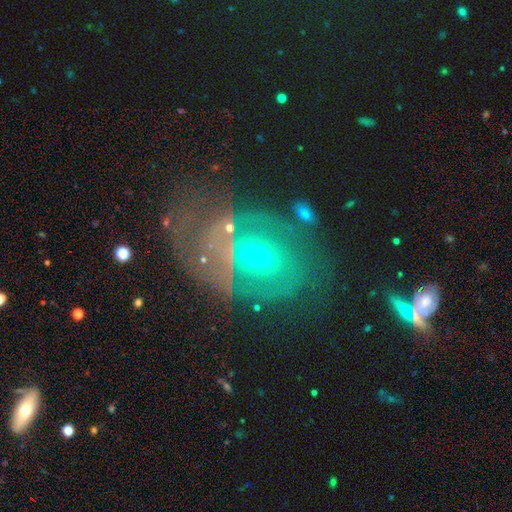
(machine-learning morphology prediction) smooth-or-featured: featured or disk: 67% | smooth: 22% | star or artifact: 11%
  disk-edge-on: no: 96% | yes: 4%
    bar: no: 67% | weak: 23% | strong: 10%
    has-spiral-arms: yes: 66% | no: 34%
    bulge-size: small: 70% | moderate: 24% | large: 3% | none: 2% | dominant: 2%
  merging: none: 44% | major disturbance: 24% | minor disturbance: 21% | merger: 11%